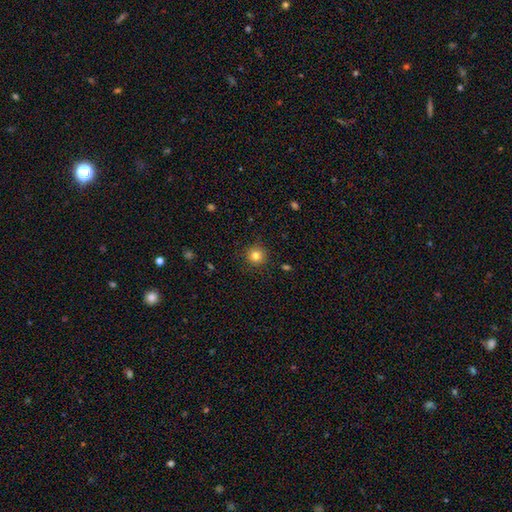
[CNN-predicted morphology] smooth 82%, star or artifact 12%, featured or disk 6%. Down the decision tree: how rounded — round (95%); merging — none (90%).